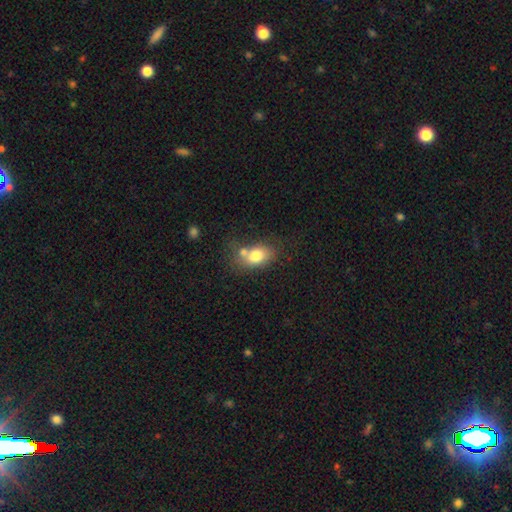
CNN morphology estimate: Smooth or featured? smooth (76%)
How rounded? in between (76%)
Merging? none (44%)